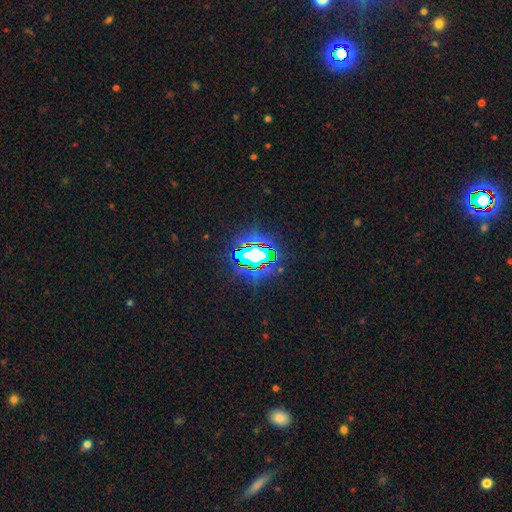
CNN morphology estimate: A star or artifact, not a galaxy (74%).

Vote fractions:
- Smooth or featured? star or artifact: 74% / smooth: 14% / featured or disk: 12%